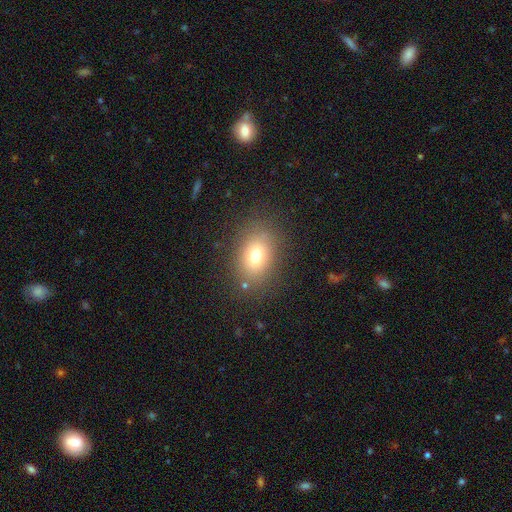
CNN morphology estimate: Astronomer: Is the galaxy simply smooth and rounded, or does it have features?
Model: smooth — 75%.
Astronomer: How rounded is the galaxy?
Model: in between — 68%.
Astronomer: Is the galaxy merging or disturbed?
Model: none — 83%.